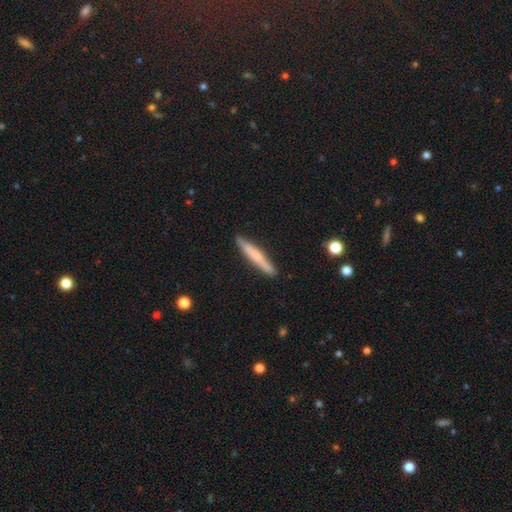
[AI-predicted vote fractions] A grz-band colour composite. It shows a smooth galaxy with no disk features (55%) that is cigar-shaped (95%). Merging: none (89%).